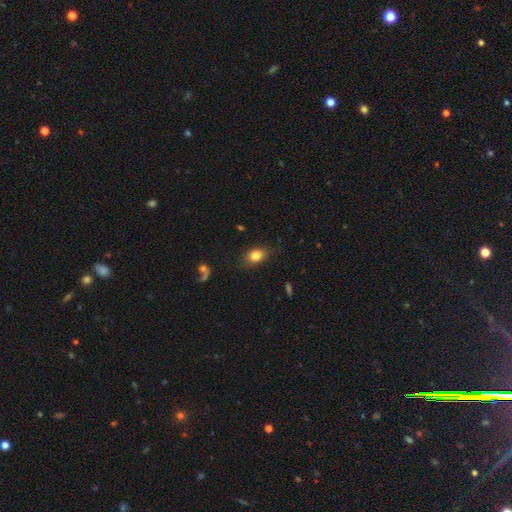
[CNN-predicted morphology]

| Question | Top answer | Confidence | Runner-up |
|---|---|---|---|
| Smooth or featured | smooth | 82% | star or artifact (9%) |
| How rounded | in between | 69% | round (29%) |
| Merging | none | 79% | minor disturbance (15%) |